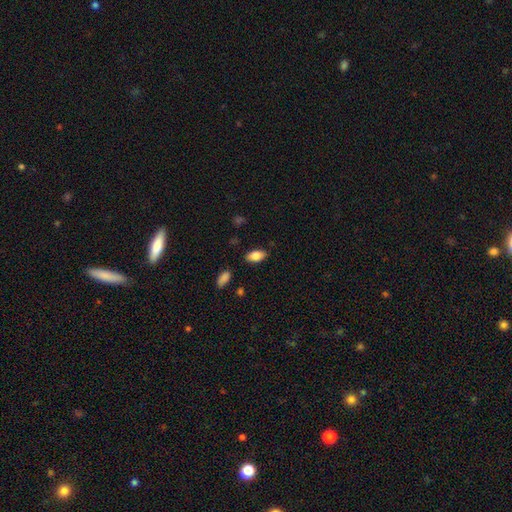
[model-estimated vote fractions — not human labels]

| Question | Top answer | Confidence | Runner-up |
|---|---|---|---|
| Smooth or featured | smooth | 84% | featured or disk (9%) |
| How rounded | in between | 92% | cigar-shaped (4%) |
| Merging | none | 85% | minor disturbance (11%) |